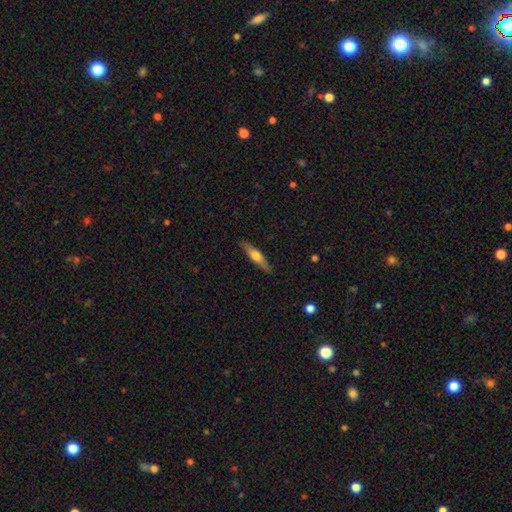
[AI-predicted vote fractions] Smooth or featured? Predicted: featured or disk (p=0.50). Edge-on disk? Predicted: yes (p=0.93). Merging? Predicted: none (p=0.89).